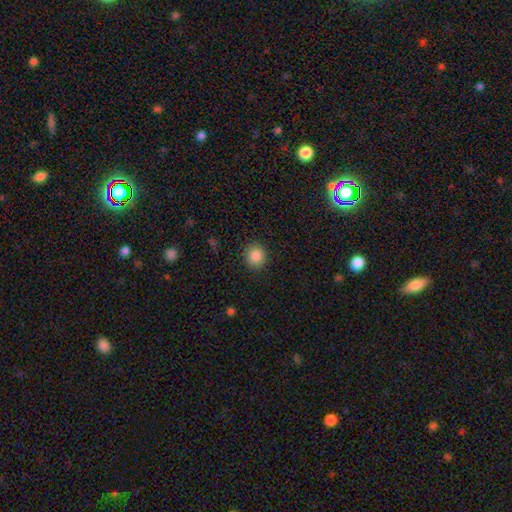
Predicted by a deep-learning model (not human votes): smooth_or_featured: smooth (p=0.87) [alt: star or artifact p=0.10]
how_rounded: round (p=0.81) [alt: in between p=0.18]
merging: none (p=0.89) [alt: minor disturbance p=0.08]